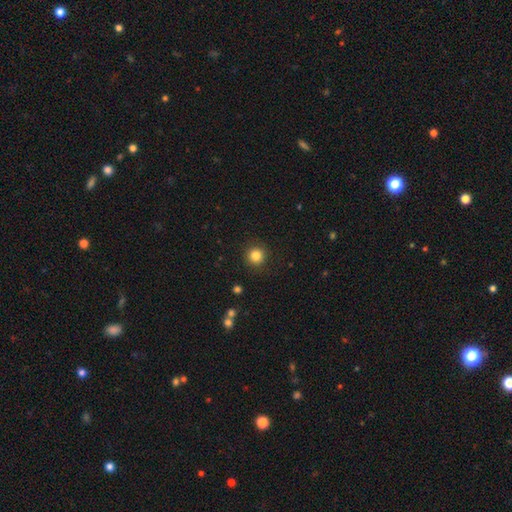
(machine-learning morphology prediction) Smooth or featured? smooth (83%)
How rounded? round (95%)
Merging? none (91%)